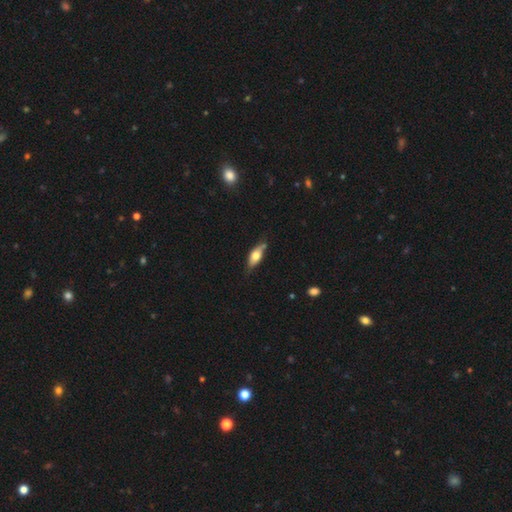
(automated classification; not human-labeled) A smooth galaxy with no disk features (59%) that is in between round and cigar-shaped (70%).

Vote fractions:
- Smooth or featured? smooth: 59% / featured or disk: 35% / star or artifact: 6%
- How rounded? in between: 70% / cigar-shaped: 27% / round: 3%
- Merging? none: 67% / minor disturbance: 25% / major disturbance: 5% / merger: 3%